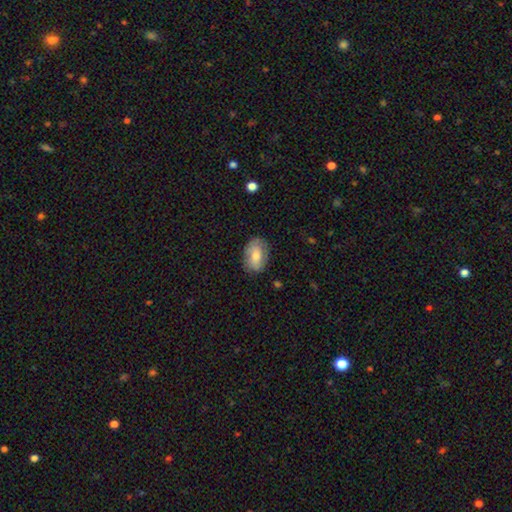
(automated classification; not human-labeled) The model was most divided on "smooth or featured": smooth: 63%, featured or disk: 30%, star or artifact: 7%. More confident: how rounded — in between (85%); merging — none (80%).